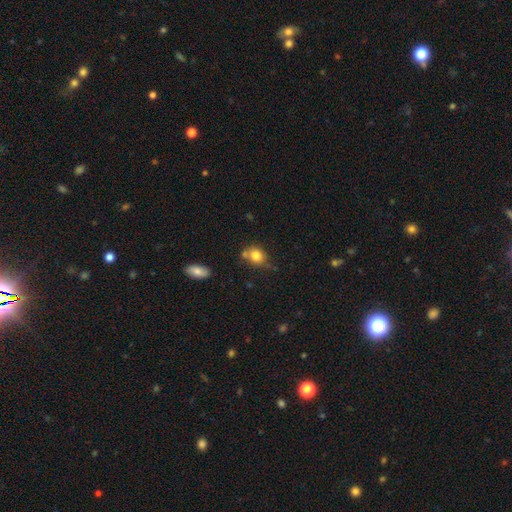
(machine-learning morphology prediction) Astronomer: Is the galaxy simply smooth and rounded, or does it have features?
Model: smooth — 80%.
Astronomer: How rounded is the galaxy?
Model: round — 59% (runner-up: in between, 40%).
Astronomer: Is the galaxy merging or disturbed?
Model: none — 55%.